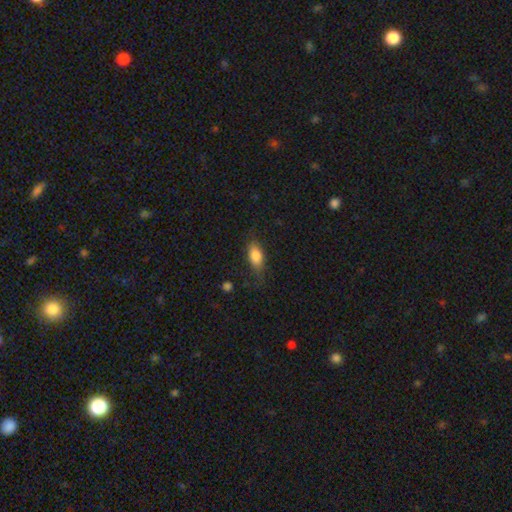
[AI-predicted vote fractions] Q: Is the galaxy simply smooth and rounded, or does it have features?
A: smooth — 80%.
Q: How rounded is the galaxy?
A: in between — 85%.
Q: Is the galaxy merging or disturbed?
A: none — 71%.